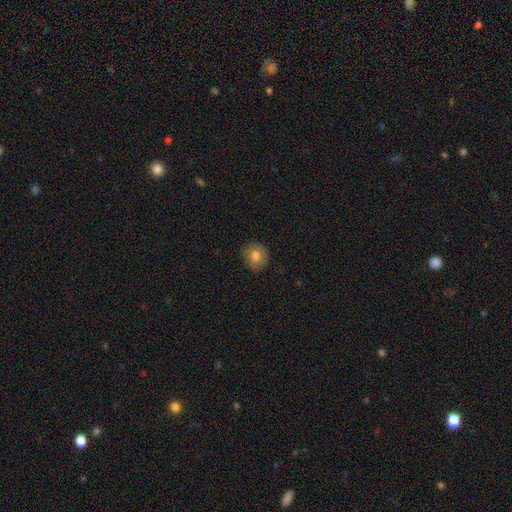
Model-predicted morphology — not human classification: smooth 77%, featured or disk 14%, star or artifact 9%. Down the decision tree: how rounded — round (78%); merging — none (83%).